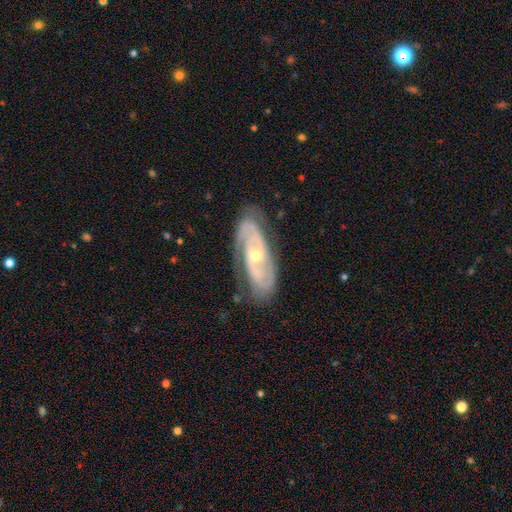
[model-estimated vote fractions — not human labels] A featured or disk galaxy (86%) with no bar (65%), 2 (60%) tight (60%) spiral arms (93%) and a small central bulge (56%).

Vote fractions:
- Smooth or featured? featured or disk: 86% / smooth: 9% / star or artifact: 5%
- Edge-on disk? no: 91% / yes: 9%
- Bar? no: 65% / weak: 25% / strong: 11%
- Spiral arms? yes: 93% / no: 7%
- Spiral winding? tight: 60% / medium: 32% / loose: 8%
- Spiral arm count? 2: 60% / can't tell: 21% / 3: 10% / 1: 4% / 4: 3% / more than 4: 2%
- Bulge size? small: 56% / moderate: 41% / large: 1% / none: 1% / dominant: 1%
- Merging? none: 74% / minor disturbance: 18% / major disturbance: 6% / merger: 1%